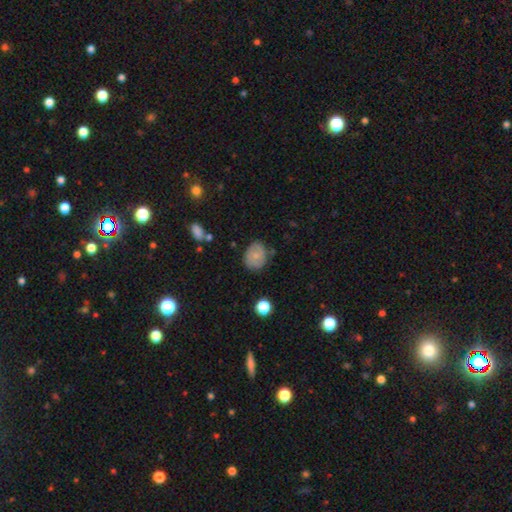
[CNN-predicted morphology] A smooth galaxy with no disk features (65%) that is round (50%).

Vote fractions:
- Smooth or featured? smooth: 65% / featured or disk: 27% / star or artifact: 9%
- How rounded? round: 50% / in between: 49% / cigar-shaped: 1%
- Merging? none: 69% / minor disturbance: 23% / major disturbance: 5% / merger: 3%